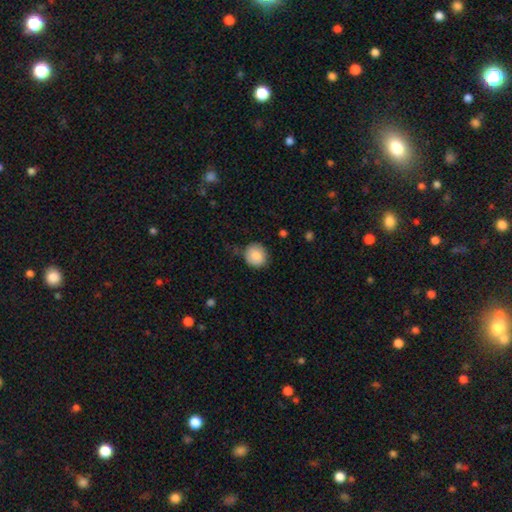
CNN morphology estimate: Smooth or featured? smooth (86%)
How rounded? round (85%)
Merging? none (79%)